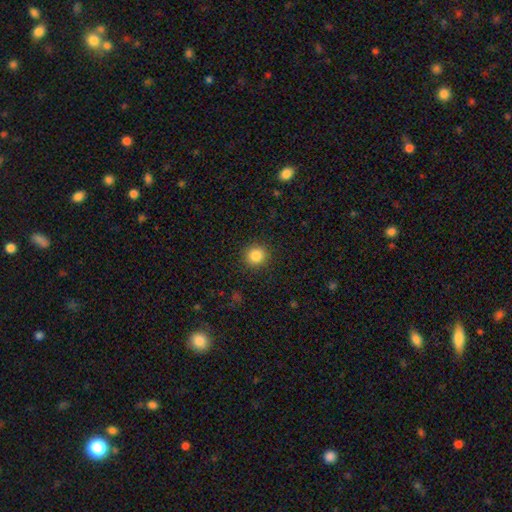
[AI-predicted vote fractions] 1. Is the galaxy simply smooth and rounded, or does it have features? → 85% smooth, 11% star or artifact, 5% featured or disk.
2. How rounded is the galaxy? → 92% round, 7% in between, 1% cigar-shaped.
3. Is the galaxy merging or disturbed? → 91% none, 6% minor disturbance, 2% major disturbance, 1% merger.